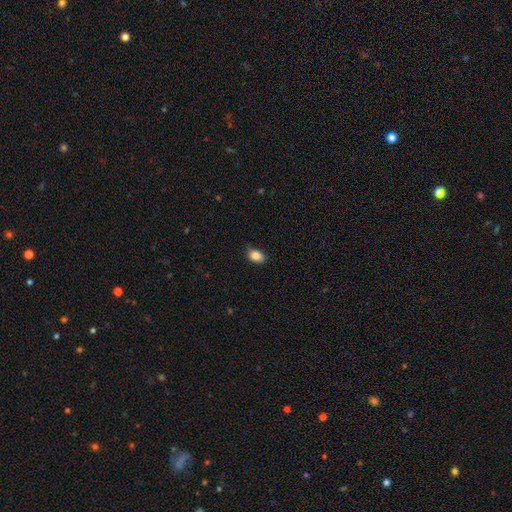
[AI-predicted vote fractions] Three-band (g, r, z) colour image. It shows a smooth galaxy with no disk features (85%) that is in between round and cigar-shaped (83%). Merging: none (75%).